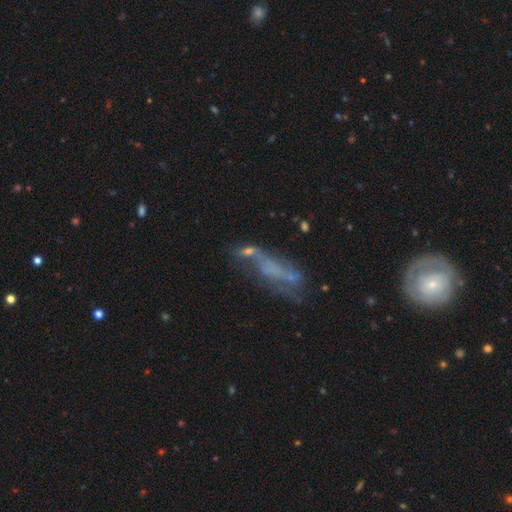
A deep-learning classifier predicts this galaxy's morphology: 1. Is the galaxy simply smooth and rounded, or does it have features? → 52% featured or disk, 32% smooth, 16% star or artifact.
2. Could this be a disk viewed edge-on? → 79% no, 21% yes.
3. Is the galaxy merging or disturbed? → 33% none, 27% major disturbance, 21% merger, 19% minor disturbance.